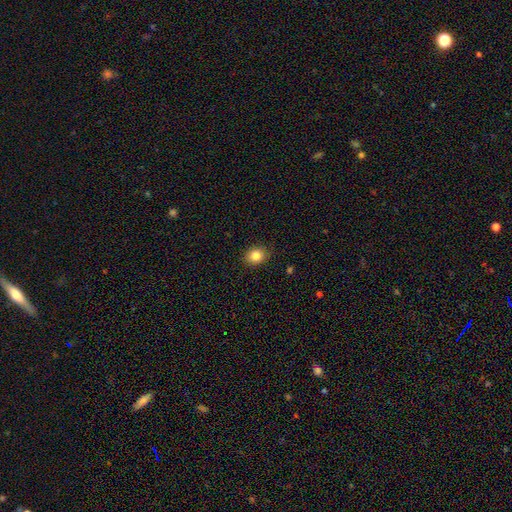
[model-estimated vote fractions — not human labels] Smooth or featured? Predicted: smooth (p=0.84). How rounded? Predicted: round (p=0.61). Merging? Predicted: none (p=0.88).